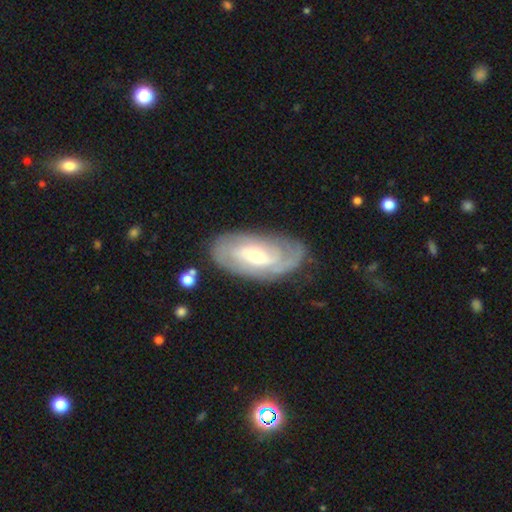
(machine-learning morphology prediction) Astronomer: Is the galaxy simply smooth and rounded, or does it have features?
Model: featured or disk — 77%.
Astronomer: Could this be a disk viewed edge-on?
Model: no — 93%.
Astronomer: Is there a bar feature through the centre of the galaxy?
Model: no — 51% (runner-up: weak, 37%).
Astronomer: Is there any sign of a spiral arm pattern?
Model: yes — 88%.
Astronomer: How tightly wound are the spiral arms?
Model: tight — 57%.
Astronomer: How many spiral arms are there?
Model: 2 — 39% (runner-up: can't tell, 37%).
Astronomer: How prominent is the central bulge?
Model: moderate — 49% (runner-up: small, 46%).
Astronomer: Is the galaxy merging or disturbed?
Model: none — 76%.